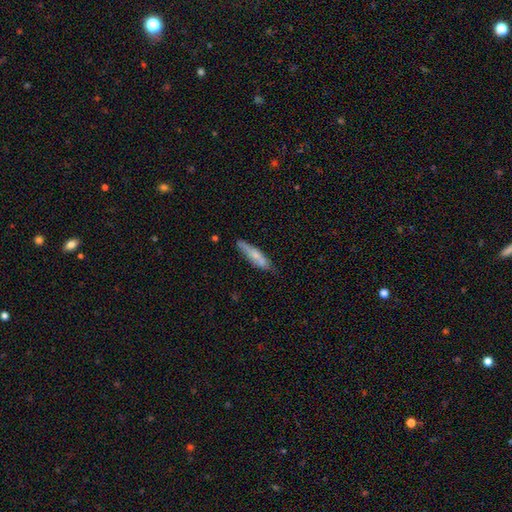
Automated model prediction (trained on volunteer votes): Smooth or featured? Predicted: smooth (p=0.62). How rounded? Predicted: cigar-shaped (p=0.79). Merging? Predicted: none (p=0.65).